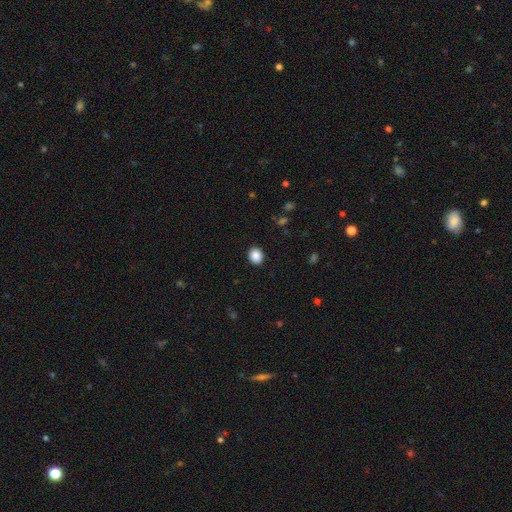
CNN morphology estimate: Smooth or featured?
  - smooth: 88% *
  - star or artifact: 9%
  - featured or disk: 3%
How rounded?
  - round: 64% *
  - in between: 36%
  - cigar-shaped: 1%
Merging?
  - none: 91% *
  - minor disturbance: 6%
  - major disturbance: 2%
  - merger: 1%